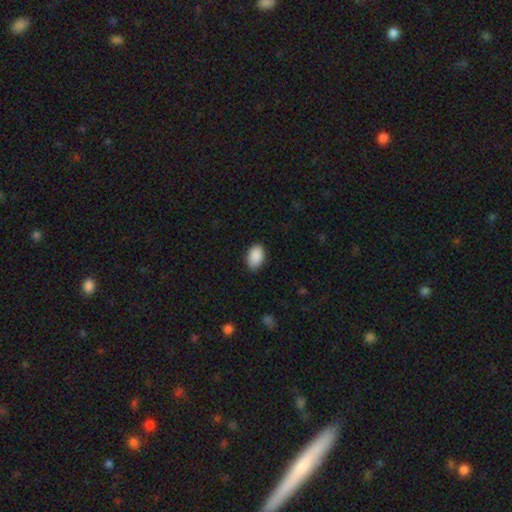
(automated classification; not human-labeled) A smooth galaxy with no disk features (90%) that is in between round and cigar-shaped (90%). Merging: none (82%).